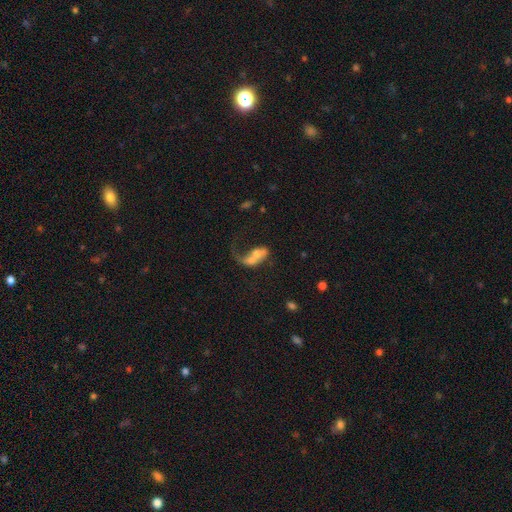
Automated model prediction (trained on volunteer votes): Smooth or featured? Predicted: featured or disk (p=0.47). Merging? Predicted: merger (p=0.50).